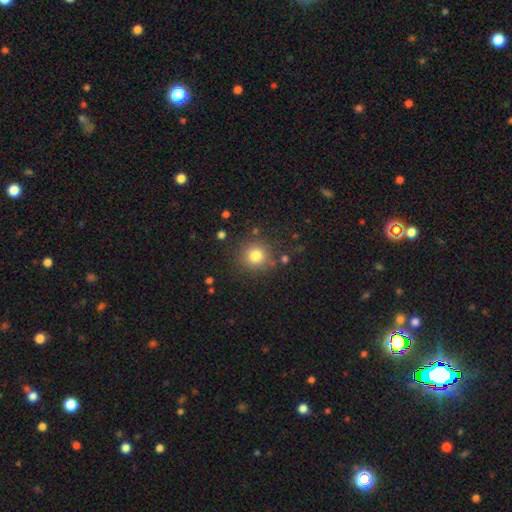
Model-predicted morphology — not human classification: type=smooth (79%); roundness=round (93%); merging=none (85%).